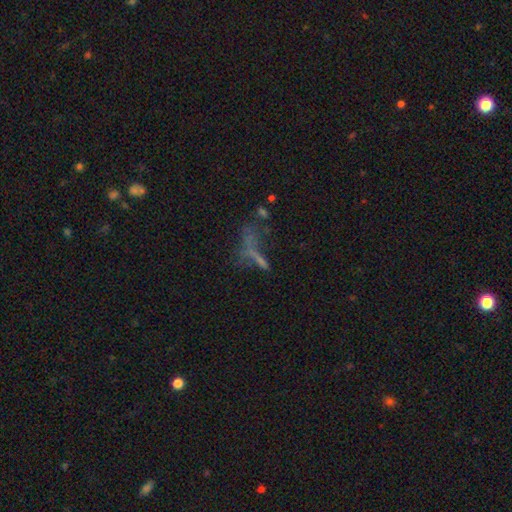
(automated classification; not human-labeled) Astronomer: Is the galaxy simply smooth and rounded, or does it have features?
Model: smooth — 39% (runner-up: featured or disk, 31%).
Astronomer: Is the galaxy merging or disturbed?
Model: none — 37% (runner-up: major disturbance, 27%).